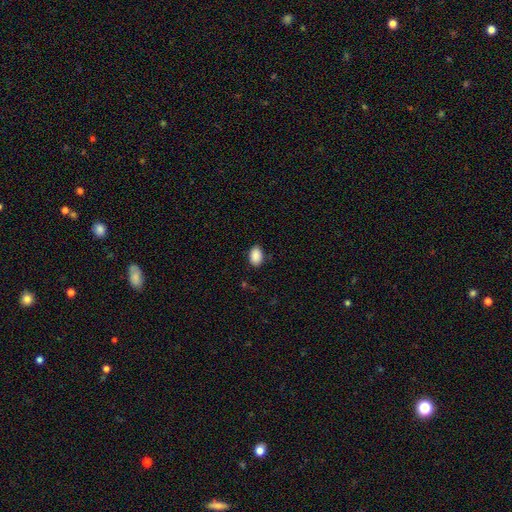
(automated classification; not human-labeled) A smooth galaxy with no disk features (89%) that is in between round and cigar-shaped (87%). Merging: none (86%).